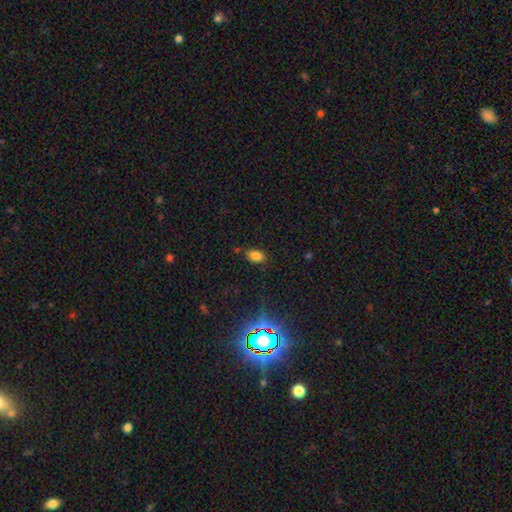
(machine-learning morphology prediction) smooth_or_featured: smooth (p=0.80) [alt: star or artifact p=0.14]
how_rounded: in between (p=0.87) [alt: round p=0.11]
merging: none (p=0.78) [alt: minor disturbance p=0.15]